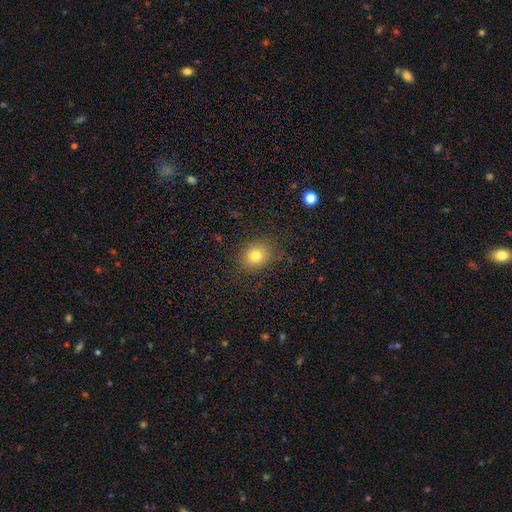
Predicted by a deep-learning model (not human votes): smooth_or_featured: smooth (p=0.79) [alt: star or artifact p=0.13]
how_rounded: round (p=0.63) [alt: in between p=0.36]
merging: none (p=0.84) [alt: minor disturbance p=0.11]